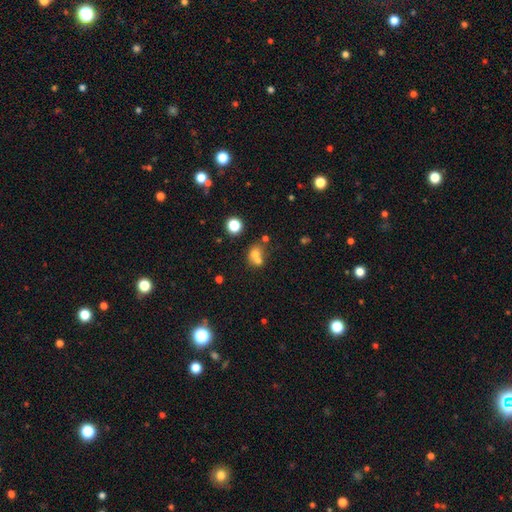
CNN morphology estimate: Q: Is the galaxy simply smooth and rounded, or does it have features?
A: smooth — 67%.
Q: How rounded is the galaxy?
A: round — 68%.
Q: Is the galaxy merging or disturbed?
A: merger — 56%.